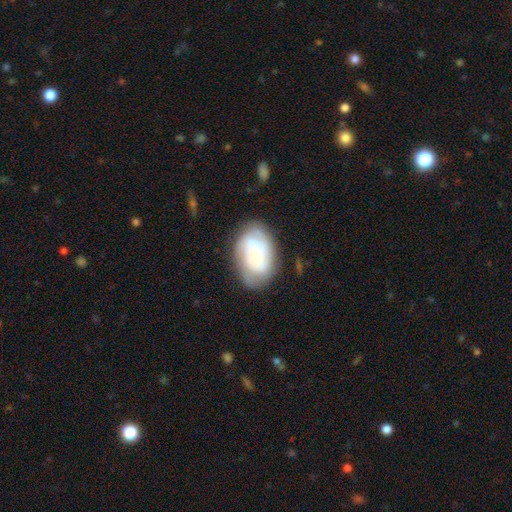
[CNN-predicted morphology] Smooth or featured: featured or disk — 64% (smooth — 29%)
Edge-on disk: no — 97% (yes — 3%)
Bar: no — 74% (weak — 22%)
Spiral arms: yes — 81% (no — 19%)
Spiral winding: tight — 61% (medium — 29%)
Spiral arm count: can't tell — 43% (2 — 28%)
Bulge size: small — 65% (moderate — 26%)
Merging: none — 68% (minor disturbance — 21%)